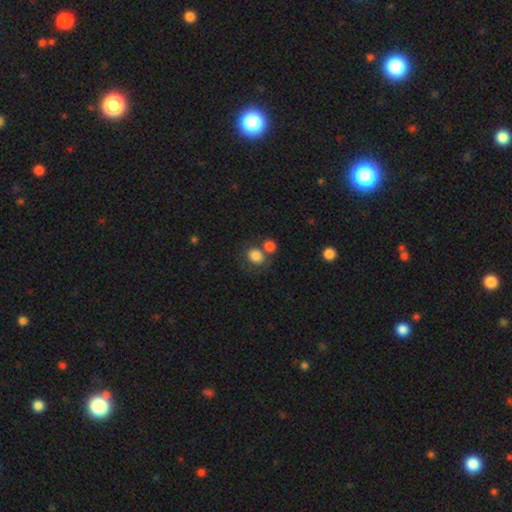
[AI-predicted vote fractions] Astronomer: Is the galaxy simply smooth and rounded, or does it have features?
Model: smooth — 82%.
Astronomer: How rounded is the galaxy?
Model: round — 67%.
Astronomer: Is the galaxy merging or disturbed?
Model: none — 51% (runner-up: merger, 32%).